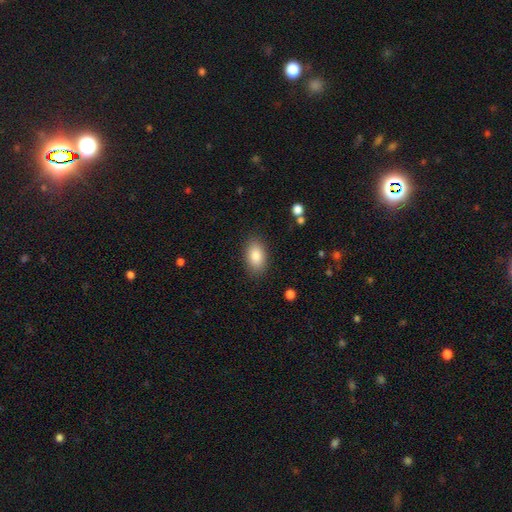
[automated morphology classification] Smooth or featured? Predicted: smooth (p=0.85). How rounded? Predicted: in between (p=0.91). Merging? Predicted: none (p=0.86).